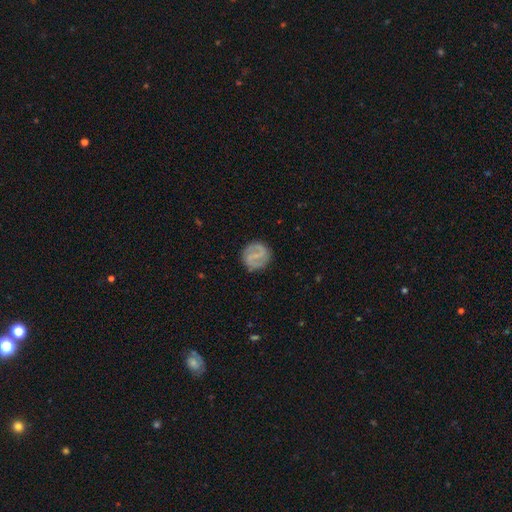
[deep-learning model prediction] The model was most divided on "bulge size": none: 48%, small: 40%, moderate: 10%, large: 1%, dominant: 1%. Remaining: edge-on disk — no (98%); spiral arms — yes (89%); spiral arm count — 2 (89%); merging — none (86%); smooth or featured — featured or disk (71%); spiral winding — medium (49%); bar — weak (46%).